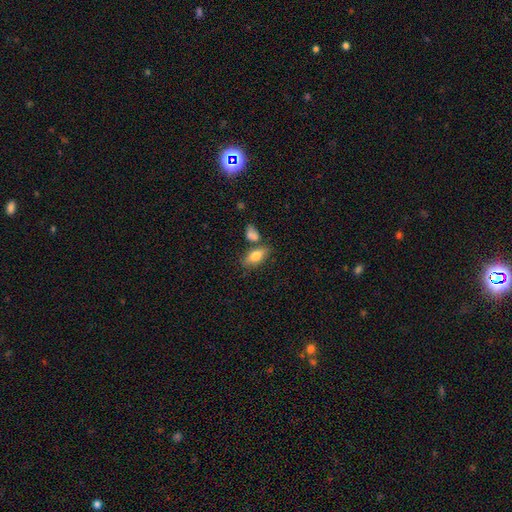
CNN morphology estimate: Overall: smooth (78%). How rounded: in between (86%). Merging: none (64%).